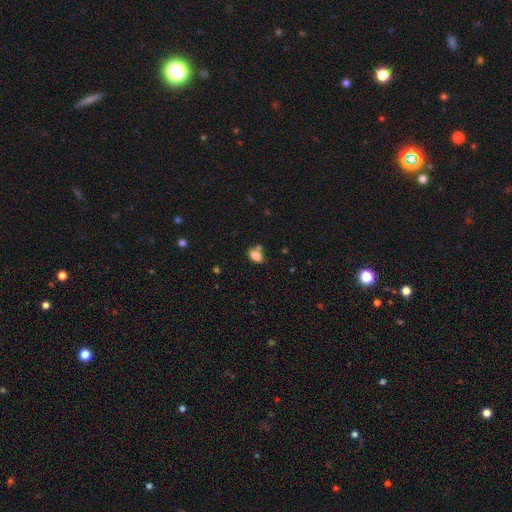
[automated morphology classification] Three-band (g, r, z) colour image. It shows a smooth galaxy with no disk features (83%) that is in between round and cigar-shaped (89%). Merging: none (64%).